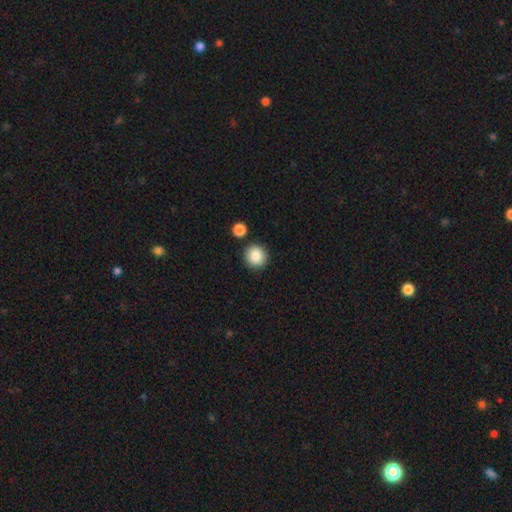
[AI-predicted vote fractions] smooth_or_featured: smooth (p=0.87) [alt: star or artifact p=0.08]
how_rounded: round (p=0.92) [alt: in between p=0.07]
merging: none (p=0.86) [alt: minor disturbance p=0.07]